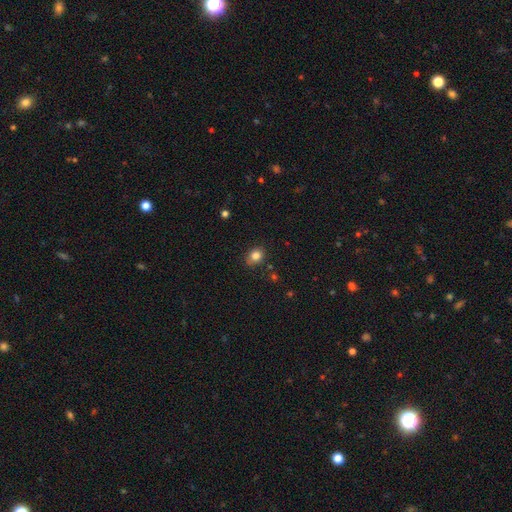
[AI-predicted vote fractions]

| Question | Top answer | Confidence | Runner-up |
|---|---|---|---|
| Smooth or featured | smooth | 83% | star or artifact (11%) |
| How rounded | round | 51% | in between (48%) |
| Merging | none | 79% | minor disturbance (16%) |